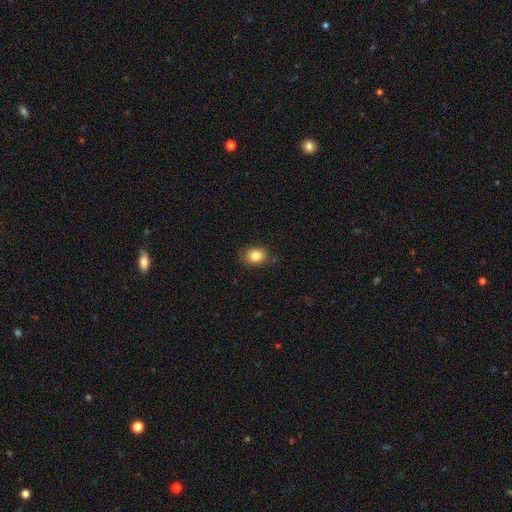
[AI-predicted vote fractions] Smooth or featured: smooth — 83% (star or artifact — 10%)
How rounded: in between — 53% (round — 46%)
Merging: none — 84% (minor disturbance — 12%)